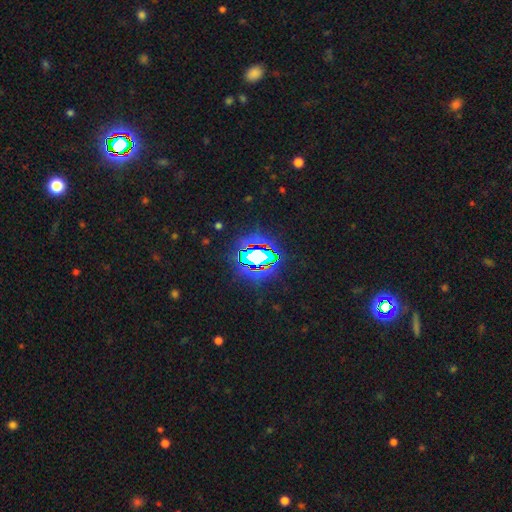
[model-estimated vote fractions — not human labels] Smooth or featured? star or artifact (71%)